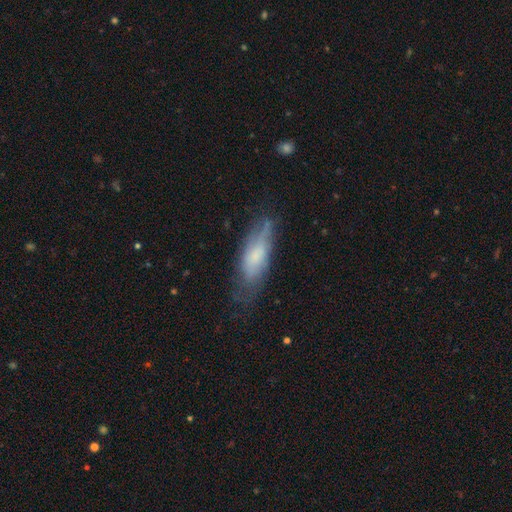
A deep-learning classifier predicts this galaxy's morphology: type=smooth (56%); roundness=in between (57%); merging=none (56%).